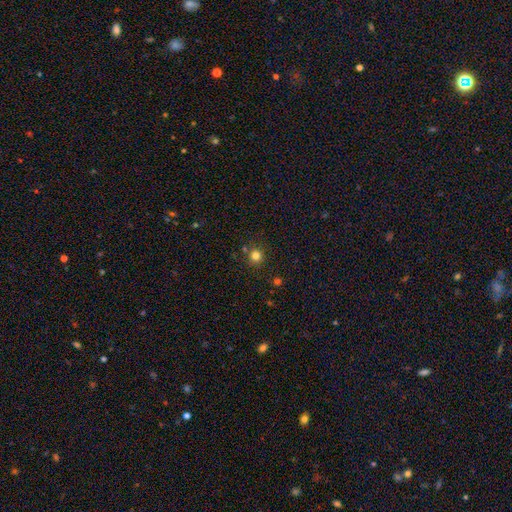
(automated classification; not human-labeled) Overall: smooth (79%). How rounded: round (93%). Merging: none (83%).